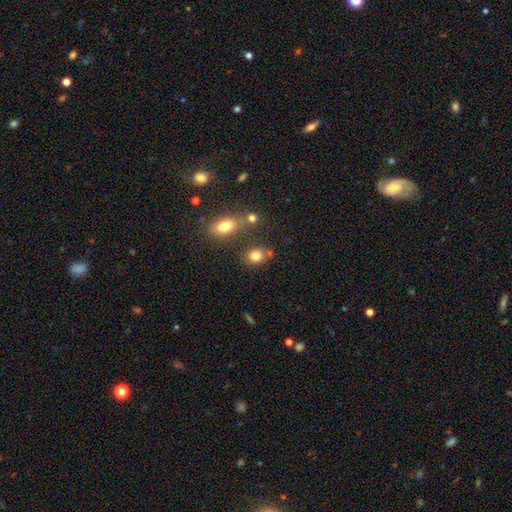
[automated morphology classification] Smooth or featured?
  - smooth: 80% *
  - star or artifact: 12%
  - featured or disk: 8%
How rounded?
  - round: 54% *
  - in between: 44%
  - cigar-shaped: 1%
Merging?
  - none: 67% *
  - merger: 16%
  - minor disturbance: 13%
  - major disturbance: 5%